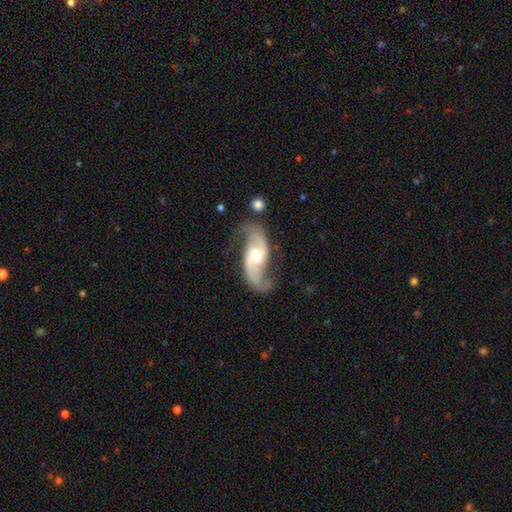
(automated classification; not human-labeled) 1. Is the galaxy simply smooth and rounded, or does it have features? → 90% featured or disk, 6% smooth, 5% star or artifact.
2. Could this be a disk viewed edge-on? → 96% no, 4% yes.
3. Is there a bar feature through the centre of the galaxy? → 46% weak, 38% no, 16% strong.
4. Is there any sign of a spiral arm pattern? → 97% yes, 3% no.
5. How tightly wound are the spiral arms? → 50% loose, 40% medium, 10% tight.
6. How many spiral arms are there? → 93% 2, 2% can't tell, 2% 1, 1% 3, 1% 4, 1% more than 4.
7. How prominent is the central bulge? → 65% moderate, 24% small, 8% large, 2% none, 1% dominant.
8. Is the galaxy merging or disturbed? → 71% none, 17% minor disturbance, 9% major disturbance, 3% merger.